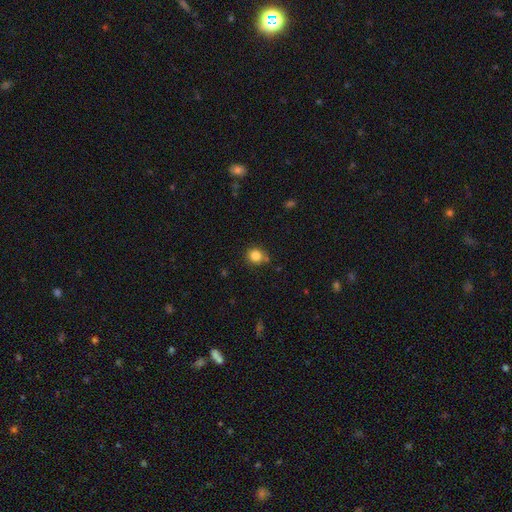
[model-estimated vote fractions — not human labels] Smooth or featured?
  - smooth: 83% *
  - star or artifact: 12%
  - featured or disk: 5%
How rounded?
  - round: 86% *
  - in between: 13%
  - cigar-shaped: 1%
Merging?
  - none: 77% *
  - minor disturbance: 14%
  - merger: 6%
  - major disturbance: 3%